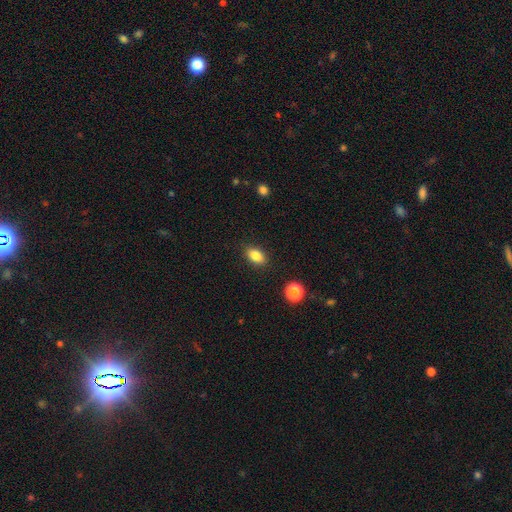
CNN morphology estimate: Overall: smooth (84%). How rounded: in between (85%). Merging: none (88%).